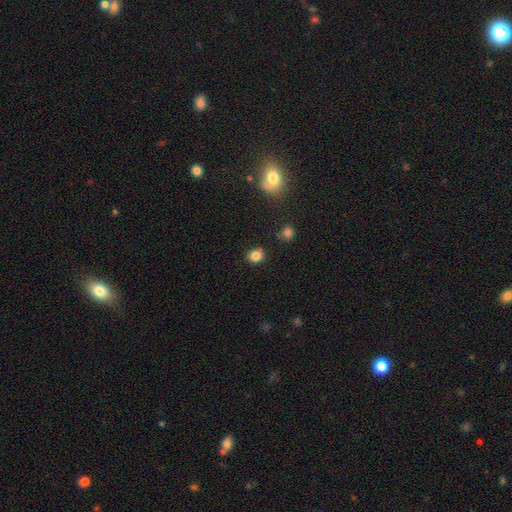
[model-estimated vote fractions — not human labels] A smooth galaxy with no disk features (83%) that is round (73%).

Vote fractions:
- Smooth or featured? smooth: 83% / star or artifact: 12% / featured or disk: 5%
- How rounded? round: 73% / in between: 26% / cigar-shaped: 1%
- Merging? none: 85% / minor disturbance: 10% / merger: 3% / major disturbance: 2%